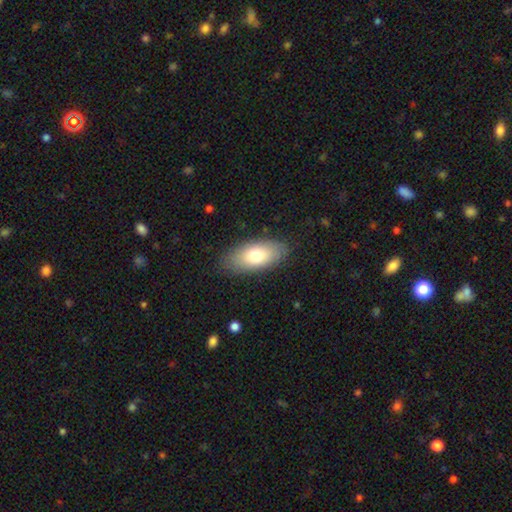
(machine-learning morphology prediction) A smooth galaxy with no disk features (72%) that is in between round and cigar-shaped (90%).

Vote fractions:
- Smooth or featured? smooth: 72% / featured or disk: 21% / star or artifact: 7%
- How rounded? in between: 90% / cigar-shaped: 6% / round: 4%
- Merging? none: 84% / minor disturbance: 12% / major disturbance: 3% / merger: 1%